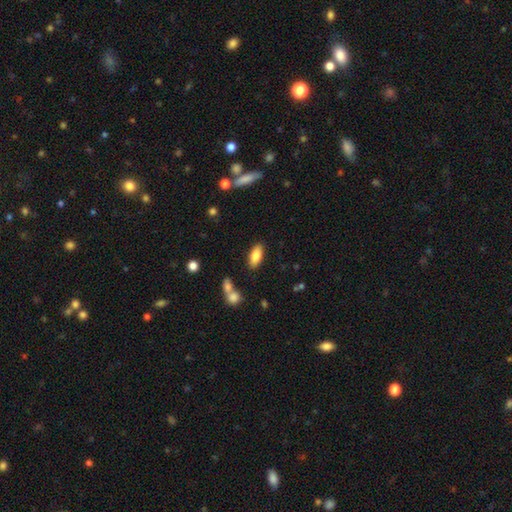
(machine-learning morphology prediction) This is clearly a smooth galaxy (81%). How rounded: clearly in between (85%). Merging: clearly none (84%).